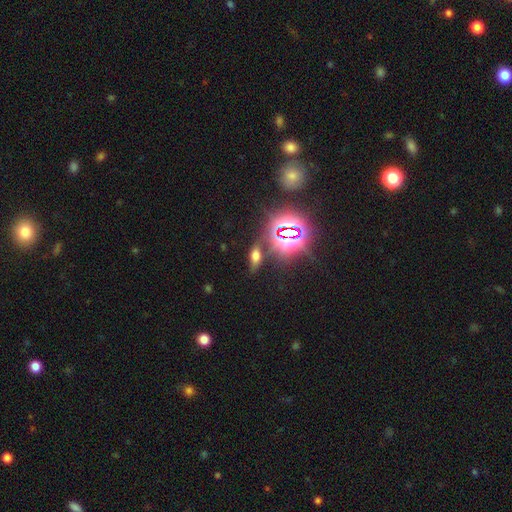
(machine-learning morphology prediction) smooth 46%, star or artifact 38%, featured or disk 16%. Down the decision tree: merging — none (73%).